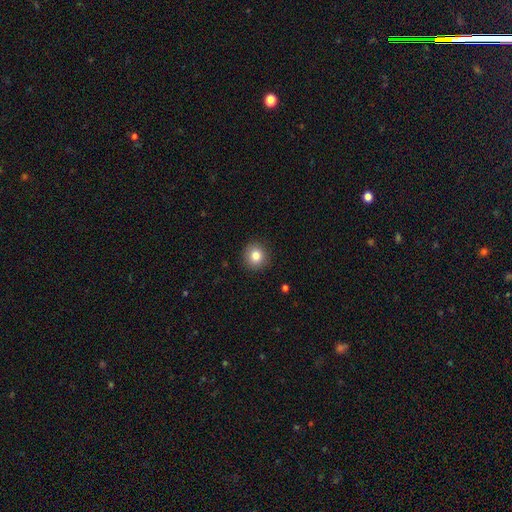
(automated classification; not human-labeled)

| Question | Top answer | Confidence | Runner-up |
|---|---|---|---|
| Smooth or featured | smooth | 83% | star or artifact (10%) |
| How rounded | round | 91% | in between (8%) |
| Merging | none | 91% | minor disturbance (6%) |